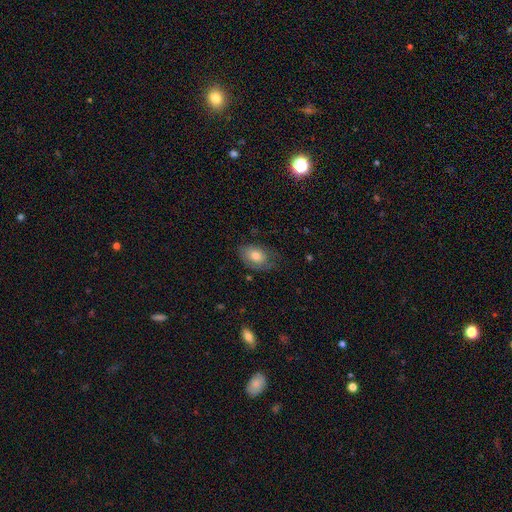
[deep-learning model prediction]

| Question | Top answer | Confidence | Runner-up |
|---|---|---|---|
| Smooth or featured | smooth | 68% | featured or disk (24%) |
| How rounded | in between | 86% | round (13%) |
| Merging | none | 60% | minor disturbance (28%) |